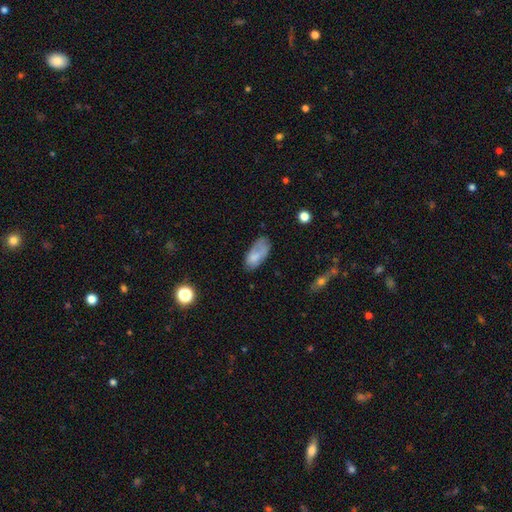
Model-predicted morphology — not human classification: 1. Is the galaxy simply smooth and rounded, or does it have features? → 73% smooth, 19% featured or disk, 8% star or artifact.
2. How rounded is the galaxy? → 91% in between, 6% cigar-shaped, 3% round.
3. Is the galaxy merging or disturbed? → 51% none, 31% minor disturbance, 14% major disturbance, 3% merger.